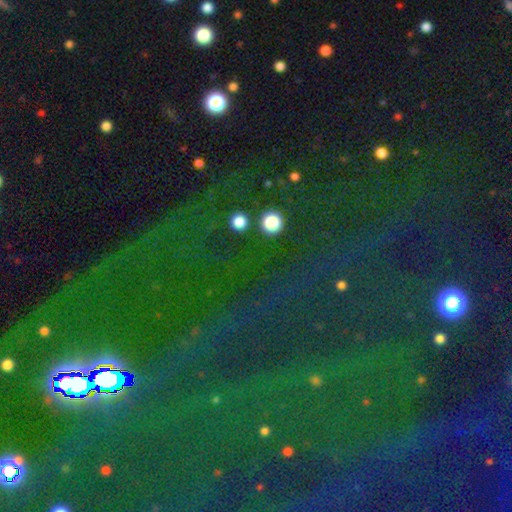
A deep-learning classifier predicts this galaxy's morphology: This appears to be a star or artifact, not a galaxy (81%).